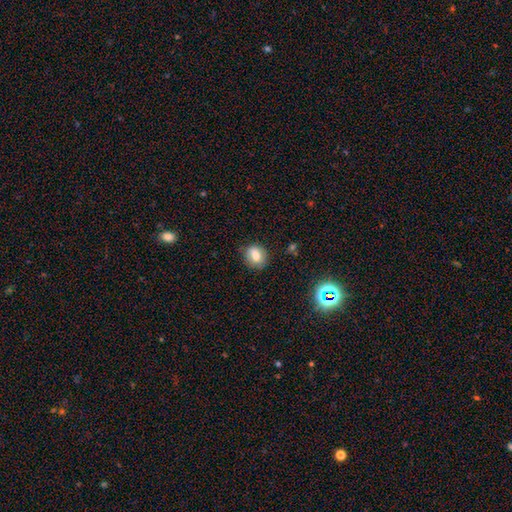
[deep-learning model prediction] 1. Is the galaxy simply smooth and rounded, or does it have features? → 72% smooth, 17% featured or disk, 11% star or artifact.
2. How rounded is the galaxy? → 64% round, 35% in between, 1% cigar-shaped.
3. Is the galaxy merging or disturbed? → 79% none, 15% minor disturbance, 3% major disturbance, 2% merger.